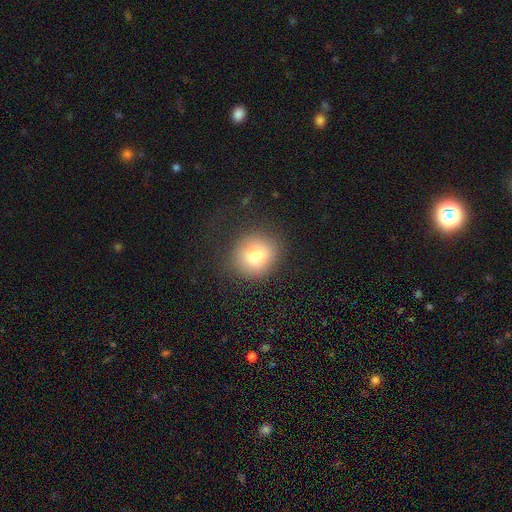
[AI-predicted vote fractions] Smooth or featured? smooth (80%)
How rounded? round (84%)
Merging? none (81%)